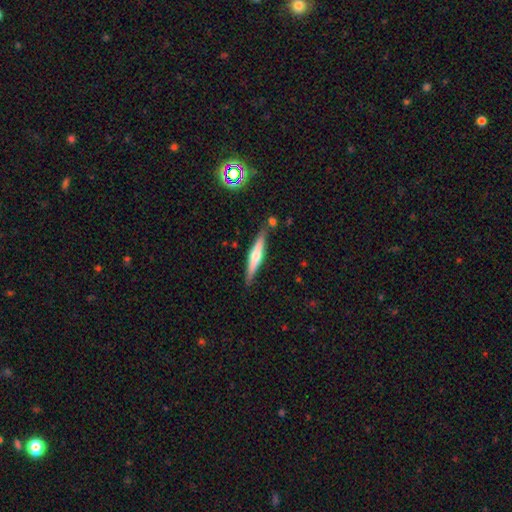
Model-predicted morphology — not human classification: Smooth or featured: featured or disk — 55% (smooth — 39%)
Edge-on disk: yes — 96% (no — 4%)
Edge-on bulge: rounded — 77% (none — 12%)
Merging: none — 83% (minor disturbance — 11%)